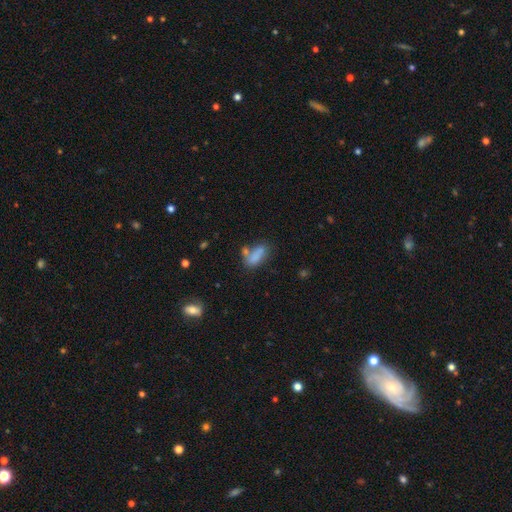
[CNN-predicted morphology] Smooth or featured? Predicted: smooth (p=0.76). How rounded? Predicted: in between (p=0.81). Merging? Predicted: none (p=0.39).